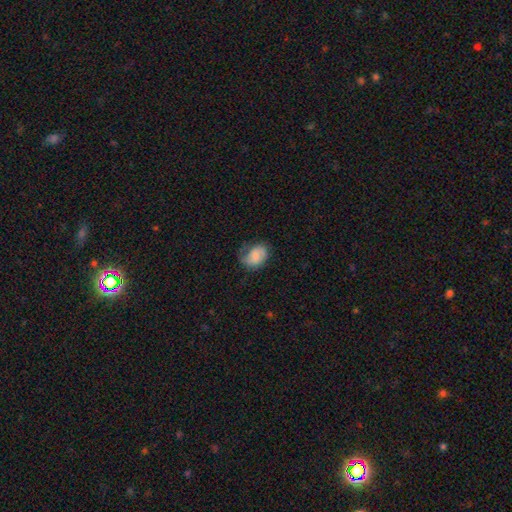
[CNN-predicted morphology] smooth_or_featured: smooth (p=0.66) [alt: featured or disk p=0.26]
how_rounded: in between (p=0.70) [alt: round p=0.29]
merging: none (p=0.49) [alt: minor disturbance p=0.32]